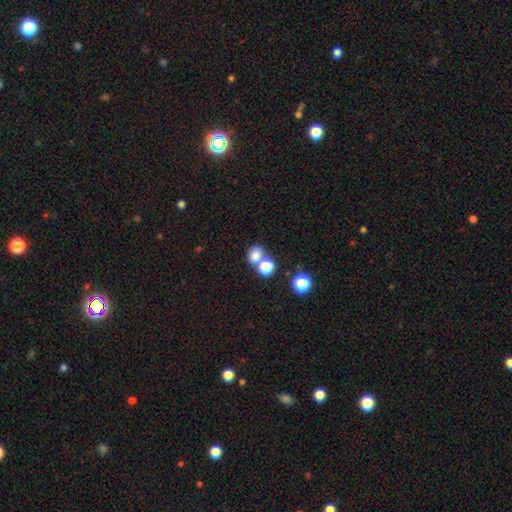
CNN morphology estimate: Smooth or featured? smooth (77%)
How rounded? in between (53%)
Merging? none (48%)